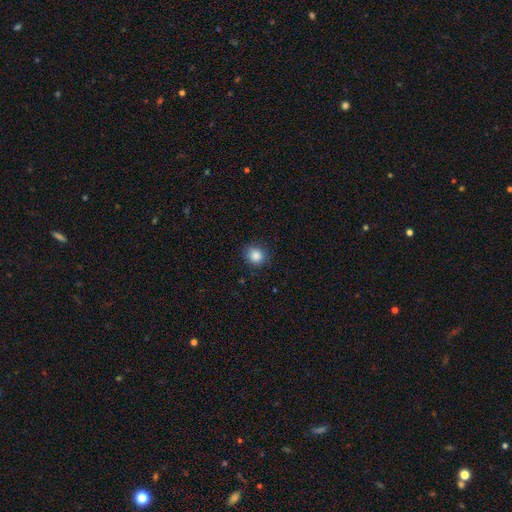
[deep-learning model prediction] The model was most divided on "how rounded": round: 80%, in between: 19%, cigar-shaped: 1%. More confident: smooth or featured — smooth (86%); merging — none (83%).